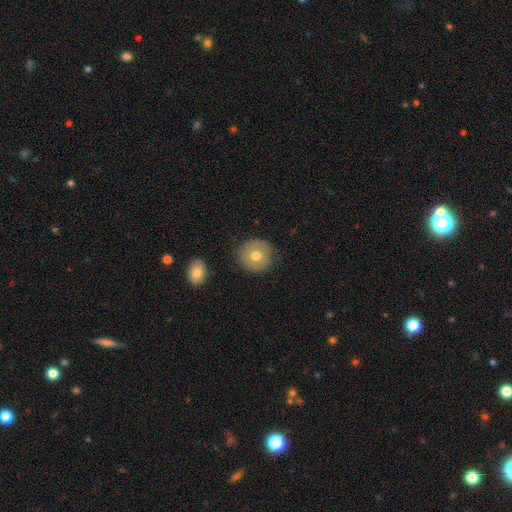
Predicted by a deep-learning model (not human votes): Smooth or featured?
  - smooth: 68% *
  - featured or disk: 25%
  - star or artifact: 7%
How rounded?
  - round: 93% *
  - in between: 6%
  - cigar-shaped: 1%
Merging?
  - none: 84% *
  - minor disturbance: 11%
  - major disturbance: 3%
  - merger: 2%